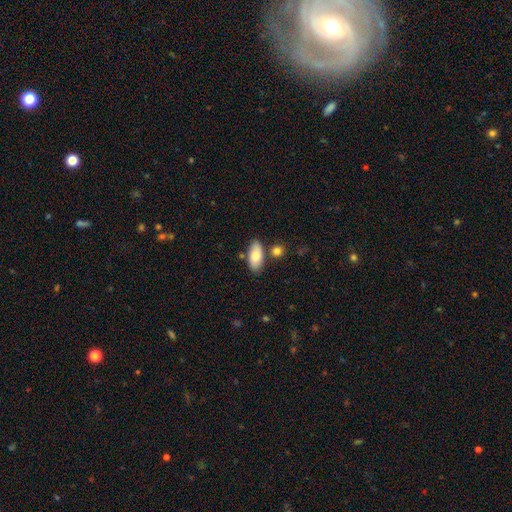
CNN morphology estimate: smooth_or_featured: smooth (p=0.80) [alt: featured or disk p=0.13]
how_rounded: in between (p=0.89) [alt: cigar-shaped p=0.08]
merging: none (p=0.76) [alt: minor disturbance p=0.13]